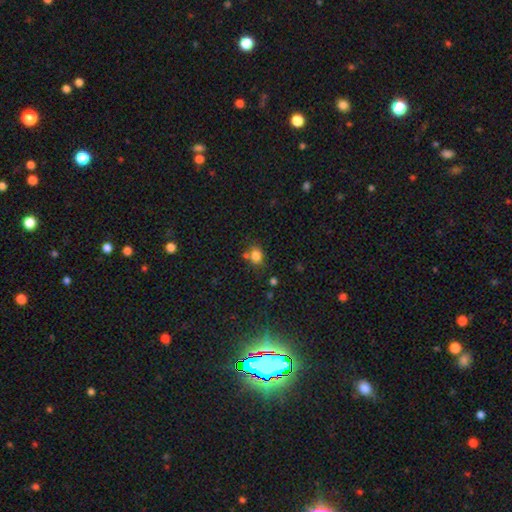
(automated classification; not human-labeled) Morphology: type=smooth (80%); roundness=round (58%); merging=none (61%).